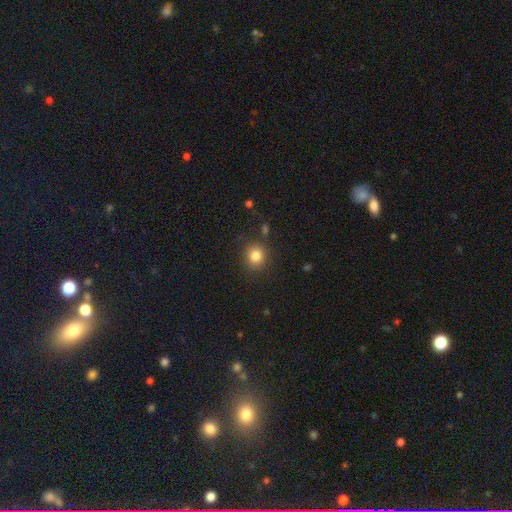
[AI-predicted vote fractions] Smooth or featured? smooth (83%)
How rounded? round (82%)
Merging? none (85%)